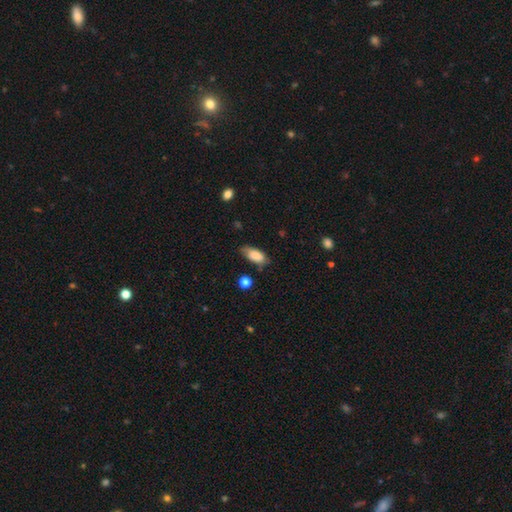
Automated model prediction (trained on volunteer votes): Smooth or featured? smooth (85%)
How rounded? in between (87%)
Merging? none (70%)